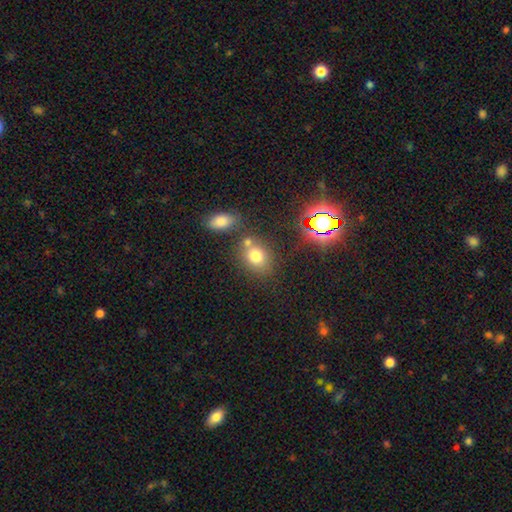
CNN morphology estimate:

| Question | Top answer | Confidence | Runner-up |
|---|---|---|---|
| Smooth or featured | smooth | 73% | star or artifact (16%) |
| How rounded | round | 53% | in between (46%) |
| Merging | none | 56% | merger (26%) |